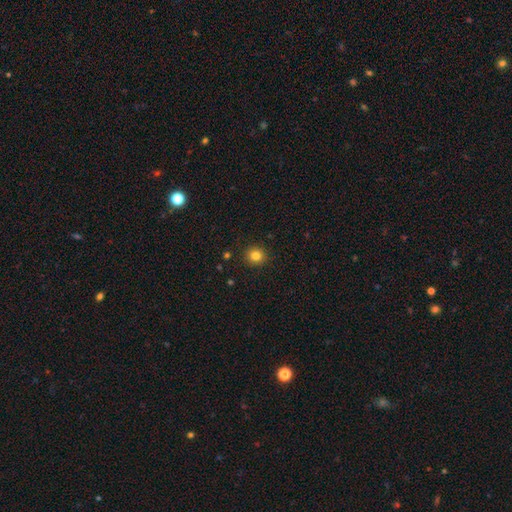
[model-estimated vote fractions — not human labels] This appears to be a smooth galaxy with no disk features (82%) that is round (90%). Merging: none (91%).